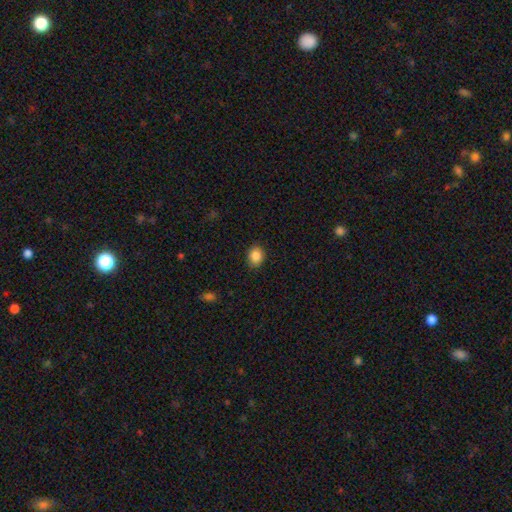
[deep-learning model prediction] smooth-or-featured: smooth: 87% | star or artifact: 9% | featured or disk: 4%
  how-rounded: in between: 57% | round: 42% | cigar-shaped: 1%
  merging: none: 87% | minor disturbance: 10% | major disturbance: 2% | merger: 1%